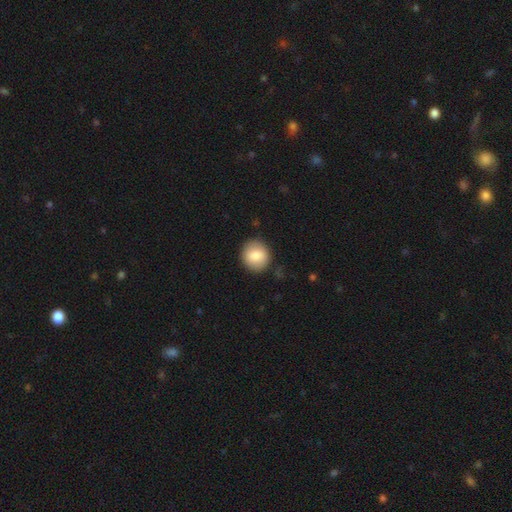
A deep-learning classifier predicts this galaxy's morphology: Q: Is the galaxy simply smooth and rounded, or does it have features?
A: smooth — 81%.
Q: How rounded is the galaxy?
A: round — 88%.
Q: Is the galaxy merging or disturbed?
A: none — 88%.